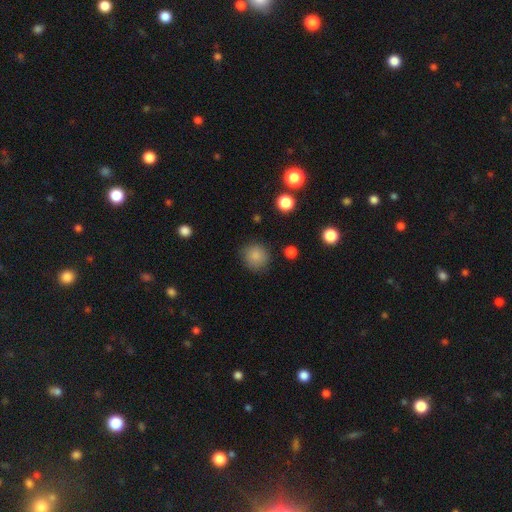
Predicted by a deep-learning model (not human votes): Morphology: type=smooth (85%); roundness=round (90%); merging=none (85%).